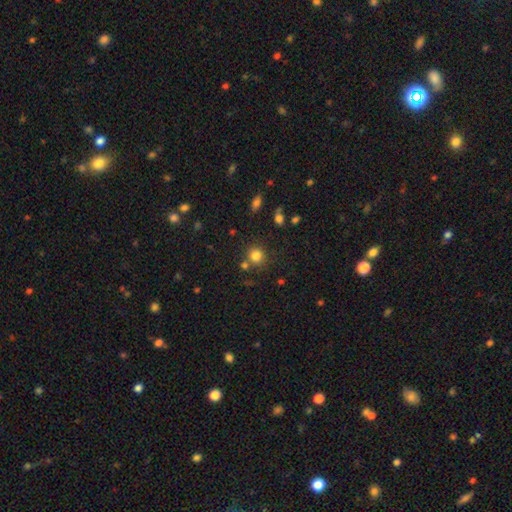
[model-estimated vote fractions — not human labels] A smooth galaxy with no disk features (81%) that is round (89%).

Vote fractions:
- Smooth or featured? smooth: 81% / star or artifact: 13% / featured or disk: 6%
- How rounded? round: 89% / in between: 10% / cigar-shaped: 1%
- Merging? none: 73% / merger: 13% / minor disturbance: 10% / major disturbance: 4%